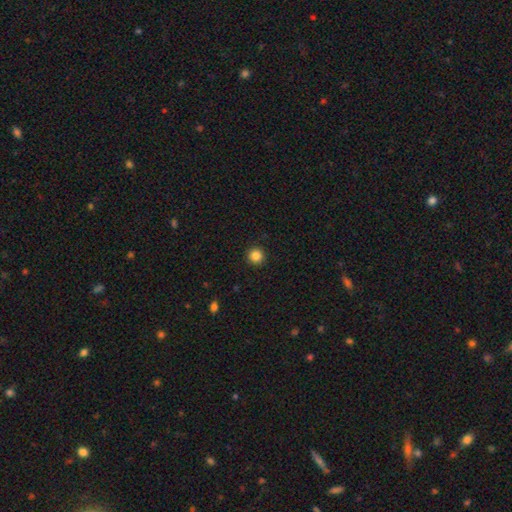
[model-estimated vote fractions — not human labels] Morphology: type=smooth (85%); roundness=round (95%); merging=none (92%).